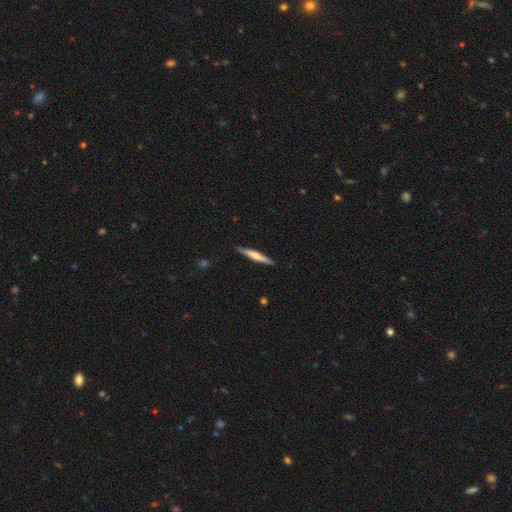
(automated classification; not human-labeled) Smooth or featured? Predicted: featured or disk (p=0.48). Merging? Predicted: none (p=0.90).